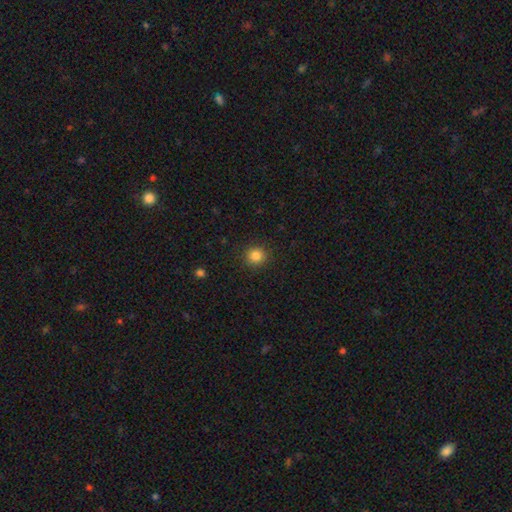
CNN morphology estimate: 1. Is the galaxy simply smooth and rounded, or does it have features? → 84% smooth, 12% star or artifact, 5% featured or disk.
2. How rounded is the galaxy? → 92% round, 7% in between, 1% cigar-shaped.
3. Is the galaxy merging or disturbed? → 91% none, 6% minor disturbance, 2% major disturbance, 1% merger.